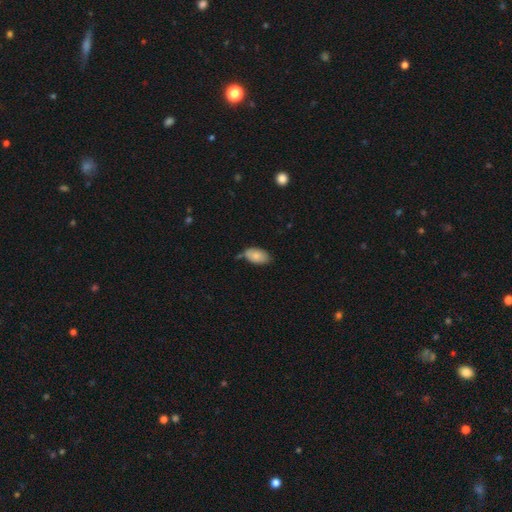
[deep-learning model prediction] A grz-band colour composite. It shows a smooth galaxy with no disk features (81%) that is in between round and cigar-shaped (94%). Merging: none (64%).